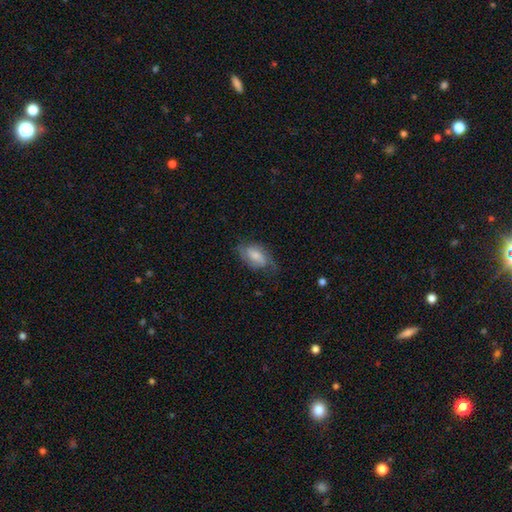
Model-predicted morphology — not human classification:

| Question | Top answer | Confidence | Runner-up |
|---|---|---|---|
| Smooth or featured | featured or disk | 56% | smooth (37%) |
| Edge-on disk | no | 95% | yes (5%) |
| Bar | no | 45% | weak (44%) |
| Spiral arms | yes | 88% | no (12%) |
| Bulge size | moderate | 43% | small (35%) |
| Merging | none | 60% | minor disturbance (27%) |